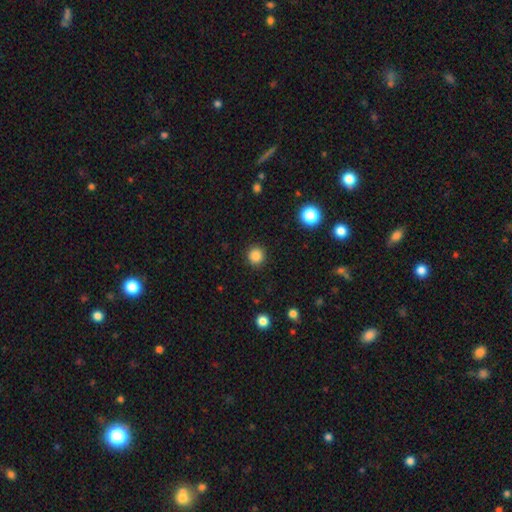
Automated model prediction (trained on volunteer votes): Morphology: type=smooth (86%); roundness=round (94%); merging=none (91%).